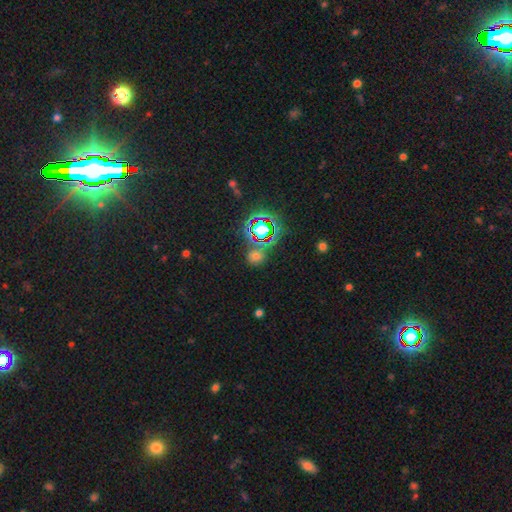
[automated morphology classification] smooth-or-featured: smooth: 51% | star or artifact: 41% | featured or disk: 8%
  how-rounded: round: 76% | in between: 22% | cigar-shaped: 2%
  merging: none: 71% | minor disturbance: 12% | merger: 11% | major disturbance: 6%